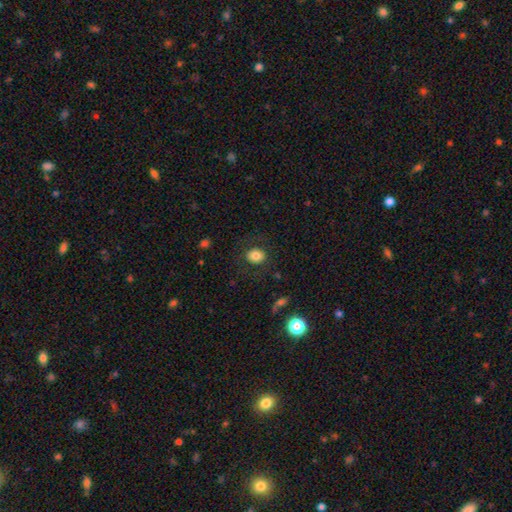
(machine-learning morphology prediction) Smooth or featured? smooth (80%)
How rounded? round (58%)
Merging? none (81%)